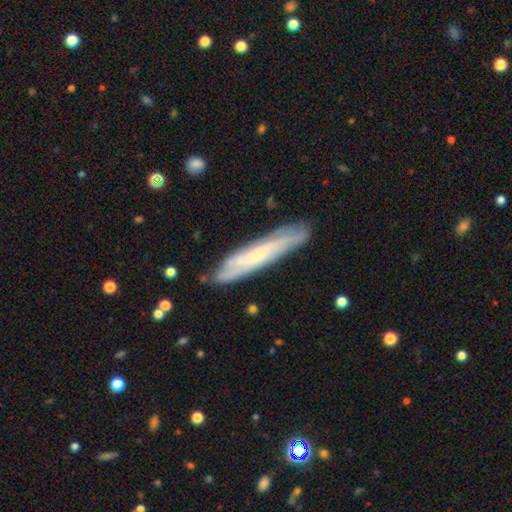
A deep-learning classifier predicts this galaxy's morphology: smooth-or-featured: featured or disk: 52% | smooth: 42% | star or artifact: 7%
  disk-edge-on: yes: 64% | no: 36%
  merging: none: 82% | minor disturbance: 14% | major disturbance: 3% | merger: 2%